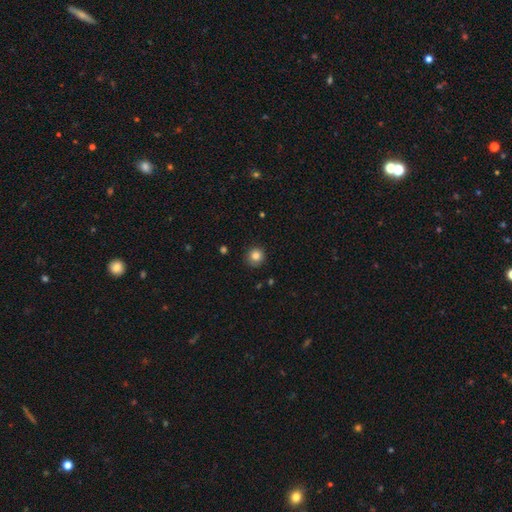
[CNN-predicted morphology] The model was most divided on "smooth or featured": smooth: 83%, star or artifact: 11%, featured or disk: 6%. More confident: how rounded — round (94%); merging — none (88%).